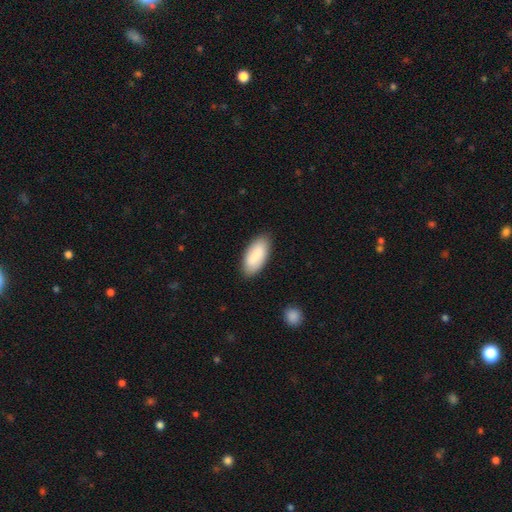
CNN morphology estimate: The model was most divided on "smooth or featured": smooth: 82%, featured or disk: 12%, star or artifact: 5%. More confident: how rounded — in between (91%); merging — none (86%).